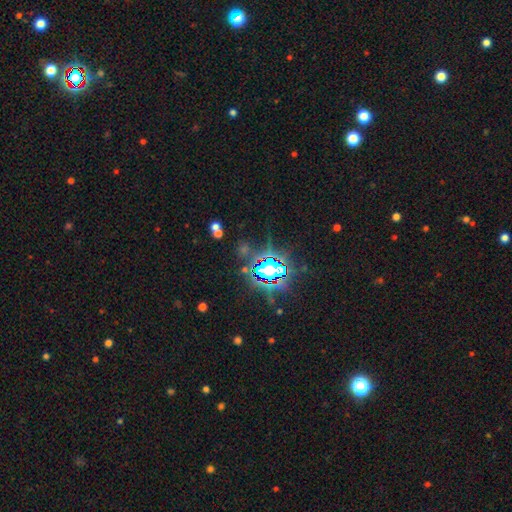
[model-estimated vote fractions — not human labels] smooth-or-featured: star or artifact: 84% | smooth: 9% | featured or disk: 7%